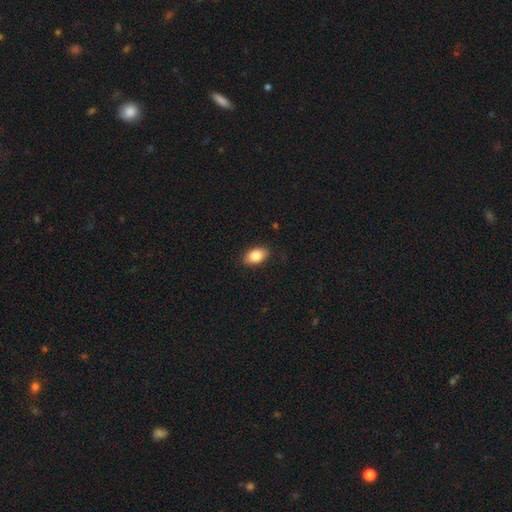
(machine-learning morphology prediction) smooth-or-featured: smooth: 84% | featured or disk: 8% | star or artifact: 7%
  how-rounded: in between: 91% | round: 7% | cigar-shaped: 2%
  merging: none: 88% | minor disturbance: 9% | major disturbance: 2% | merger: 1%